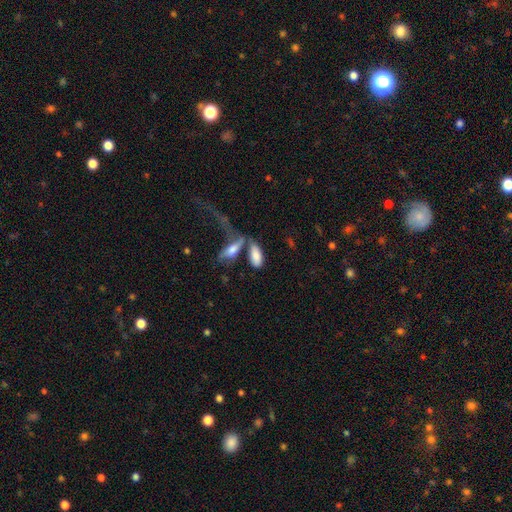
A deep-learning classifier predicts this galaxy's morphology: Smooth or featured? smooth (79%)
How rounded? in between (81%)
Merging? merger (43%)